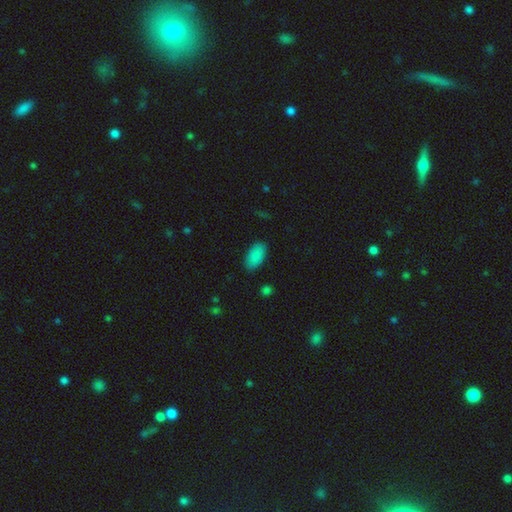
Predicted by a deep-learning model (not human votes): This appears to be a smooth galaxy with no disk features (89%) that is in between round and cigar-shaped (94%). Merging: none (87%).